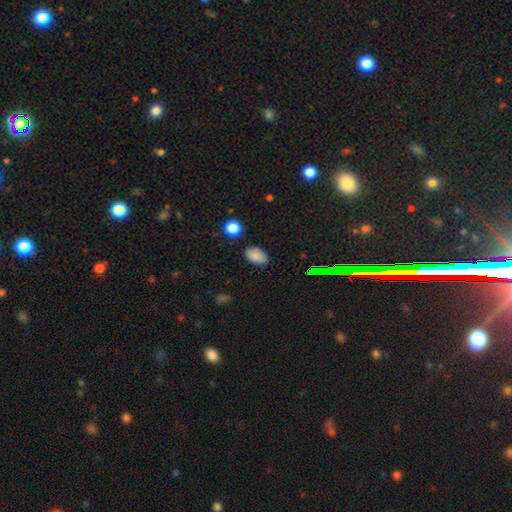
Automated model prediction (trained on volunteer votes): Morphology: type=smooth (84%); roundness=in between (91%); merging=none (84%).